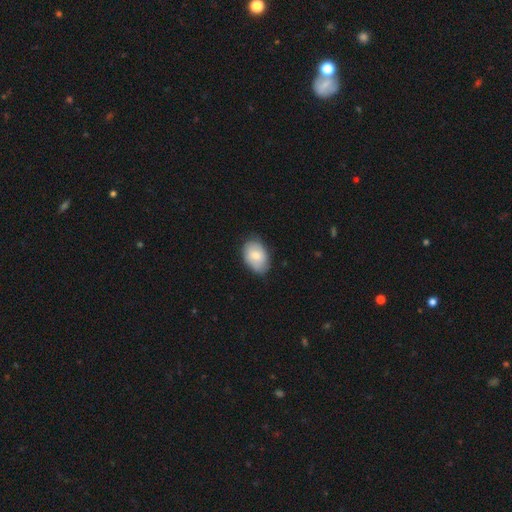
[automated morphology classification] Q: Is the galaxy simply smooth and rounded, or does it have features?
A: smooth — 77%.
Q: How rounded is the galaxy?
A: in between — 86%.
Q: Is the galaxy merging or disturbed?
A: none — 73%.